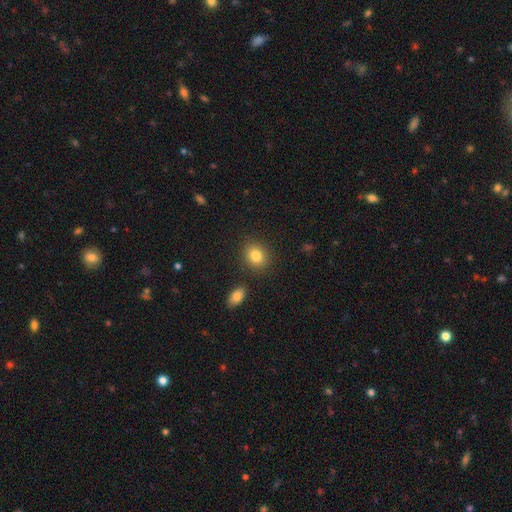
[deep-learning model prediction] Overall: smooth (83%). How rounded: round (67%; in between 32%). Merging: none (85%).